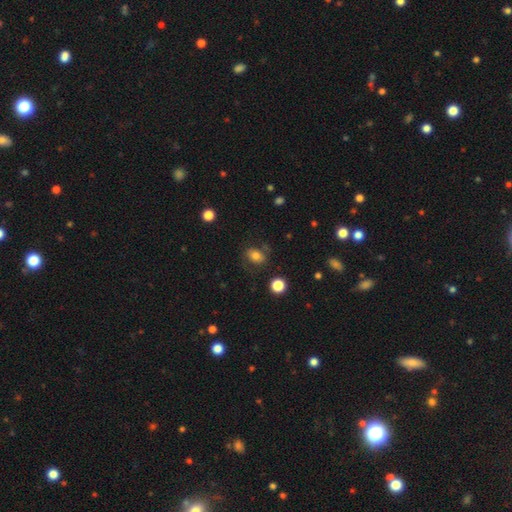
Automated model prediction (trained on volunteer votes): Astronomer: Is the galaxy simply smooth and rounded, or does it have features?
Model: smooth — 72%.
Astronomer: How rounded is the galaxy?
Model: in between — 61% (runner-up: round, 38%).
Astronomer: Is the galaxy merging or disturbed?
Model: none — 70%.